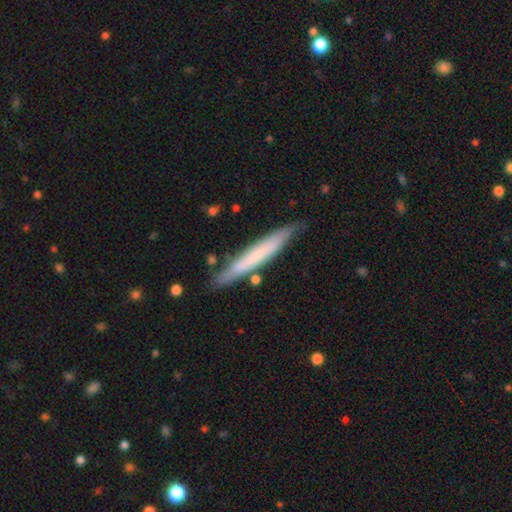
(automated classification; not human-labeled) Smooth or featured? Predicted: smooth (p=0.57). How rounded? Predicted: cigar-shaped (p=0.95). Merging? Predicted: none (p=0.81).